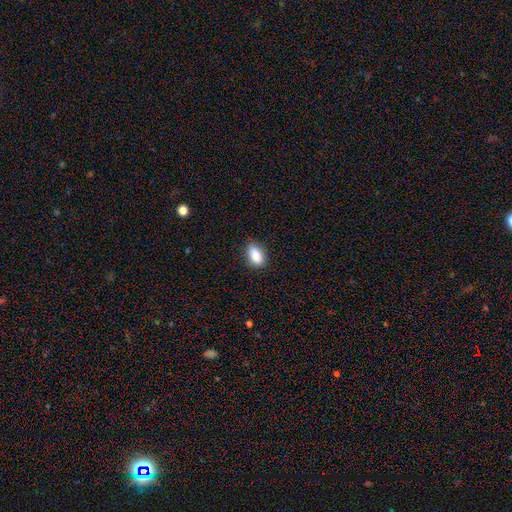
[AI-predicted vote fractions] smooth 88%, star or artifact 8%, featured or disk 5%. Down the decision tree: how rounded — in between (89%); merging — none (80%).